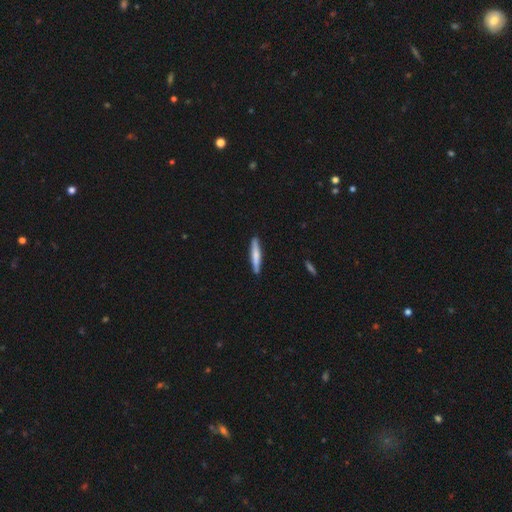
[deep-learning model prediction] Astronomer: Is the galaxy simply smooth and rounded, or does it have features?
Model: smooth — 65%.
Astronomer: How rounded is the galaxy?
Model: cigar-shaped — 92%.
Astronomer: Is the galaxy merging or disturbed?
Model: none — 89%.